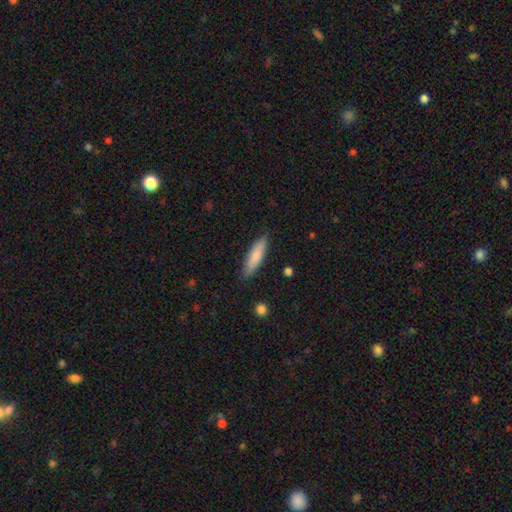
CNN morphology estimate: smooth 82%, featured or disk 13%, star or artifact 6%. Down the decision tree: how rounded — cigar-shaped (68%); merging — none (86%).